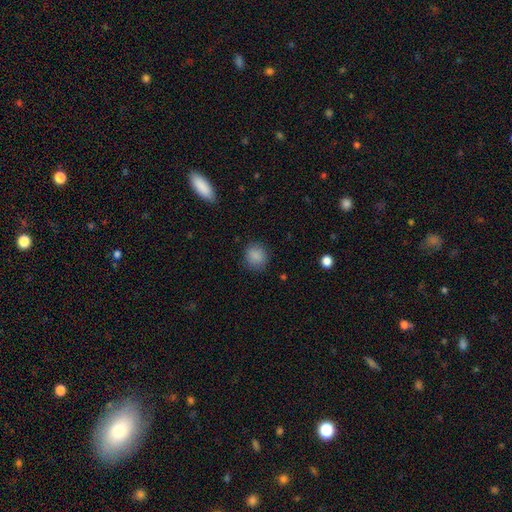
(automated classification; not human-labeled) A smooth galaxy with no disk features (87%) that is round (81%). Merging: none (84%).